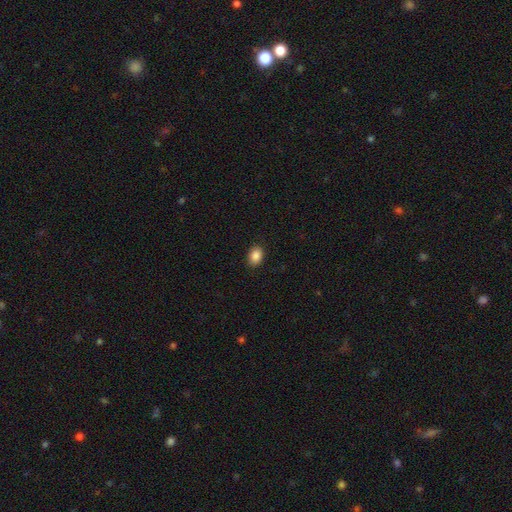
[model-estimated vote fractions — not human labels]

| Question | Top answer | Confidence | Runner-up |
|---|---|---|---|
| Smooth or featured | smooth | 88% | star or artifact (9%) |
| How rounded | in between | 75% | round (24%) |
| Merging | none | 89% | minor disturbance (8%) |